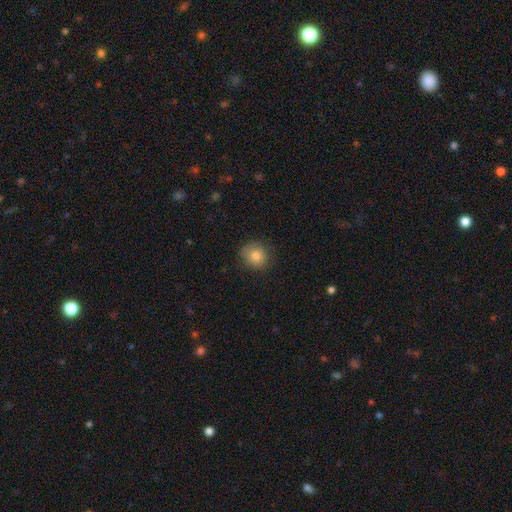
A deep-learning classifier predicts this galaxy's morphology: smooth_or_featured: smooth (p=0.83) [alt: star or artifact p=0.10]
how_rounded: round (p=0.81) [alt: in between p=0.19]
merging: none (p=0.82) [alt: minor disturbance p=0.14]